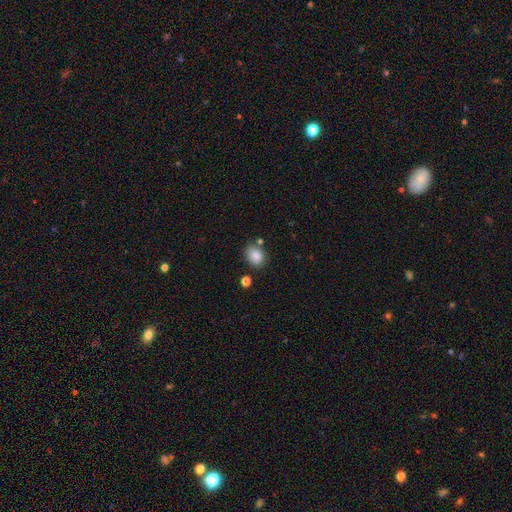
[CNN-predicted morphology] smooth 86%, star or artifact 9%, featured or disk 5%. Down the decision tree: how rounded — in between (66%); merging — none (71%).